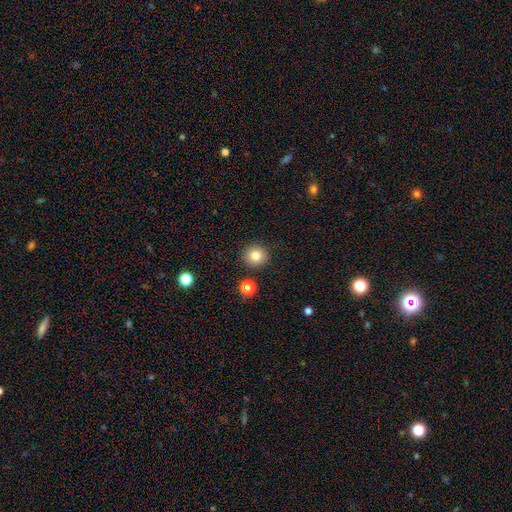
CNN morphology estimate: A smooth galaxy with no disk features (82%) that is round (93%).

Vote fractions:
- Smooth or featured? smooth: 82% / star or artifact: 11% / featured or disk: 7%
- How rounded? round: 93% / in between: 6% / cigar-shaped: 1%
- Merging? none: 90% / minor disturbance: 6% / merger: 2% / major disturbance: 2%